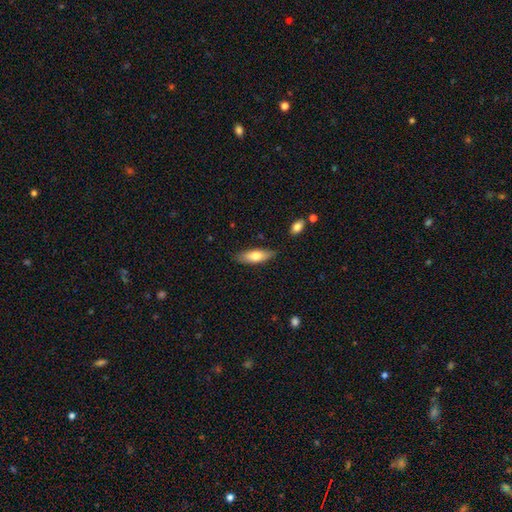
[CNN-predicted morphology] smooth_or_featured: smooth (p=0.71) [alt: featured or disk p=0.23]
how_rounded: in between (p=0.61) [alt: cigar-shaped p=0.37]
merging: none (p=0.81) [alt: minor disturbance p=0.14]